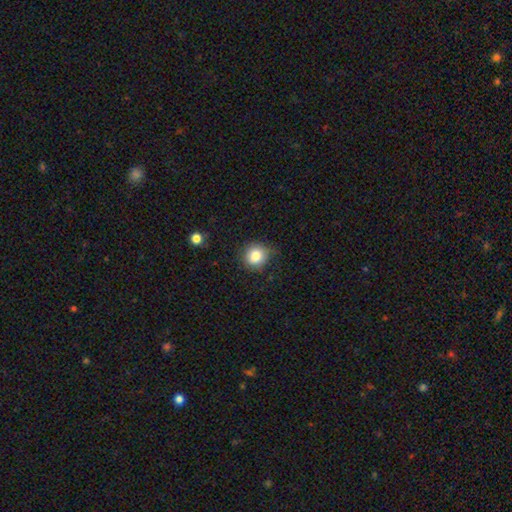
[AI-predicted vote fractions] A smooth galaxy with no disk features (83%) that is round (87%).

Vote fractions:
- Smooth or featured? smooth: 83% / star or artifact: 10% / featured or disk: 7%
- How rounded? round: 87% / in between: 12% / cigar-shaped: 1%
- Merging? none: 81% / minor disturbance: 14% / major disturbance: 4% / merger: 1%